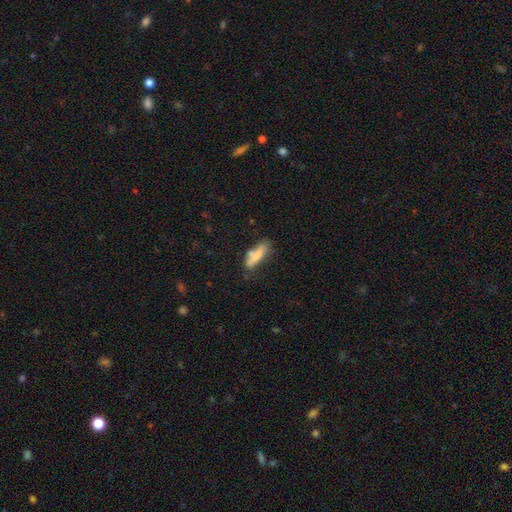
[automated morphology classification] Overall: smooth (72%). How rounded: cigar-shaped (60%; in between 38%). Merging: none (55%; minor disturbance 25%).